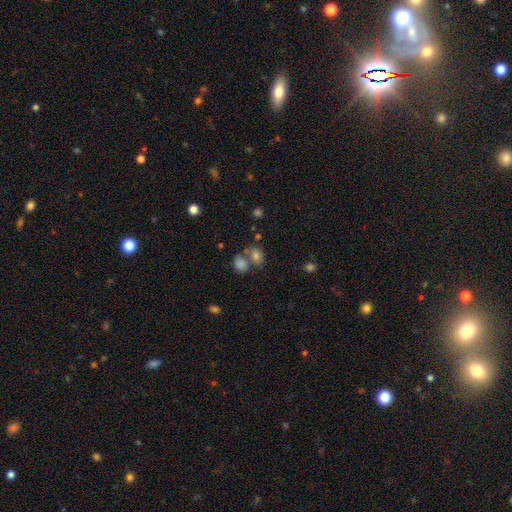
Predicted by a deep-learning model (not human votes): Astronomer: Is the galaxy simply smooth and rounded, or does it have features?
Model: smooth — 46% (runner-up: star or artifact, 36%).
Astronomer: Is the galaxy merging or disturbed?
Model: none — 49% (runner-up: merger, 33%).